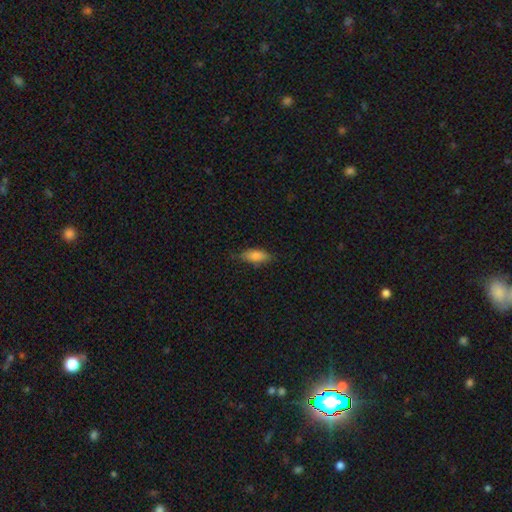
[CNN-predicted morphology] Smooth or featured? Predicted: smooth (p=0.76). How rounded? Predicted: in between (p=0.76). Merging? Predicted: none (p=0.75).